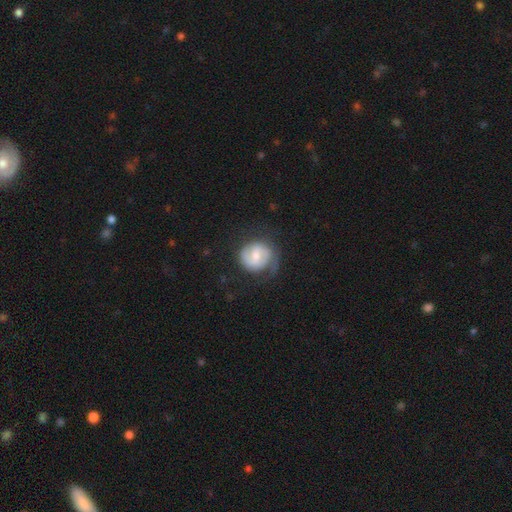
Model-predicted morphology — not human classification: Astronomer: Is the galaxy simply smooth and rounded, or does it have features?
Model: featured or disk — 61%.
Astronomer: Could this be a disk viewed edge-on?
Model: no — 98%.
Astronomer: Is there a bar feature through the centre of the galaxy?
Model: weak — 55%.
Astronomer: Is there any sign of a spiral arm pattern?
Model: yes — 83%.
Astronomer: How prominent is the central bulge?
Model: moderate — 52% (runner-up: small, 39%).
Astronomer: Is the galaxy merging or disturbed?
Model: none — 60%.